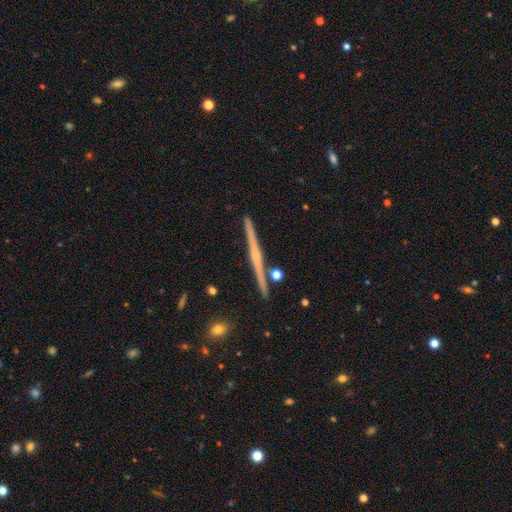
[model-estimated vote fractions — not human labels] Smooth or featured?
  - featured or disk: 74% *
  - smooth: 19%
  - star or artifact: 7%
Edge-on disk?
  - yes: 98% *
  - no: 2%
Edge-on bulge?
  - none: 49% *
  - rounded: 43%
  - boxy: 8%
Merging?
  - none: 90% *
  - minor disturbance: 6%
  - merger: 2%
  - major disturbance: 2%